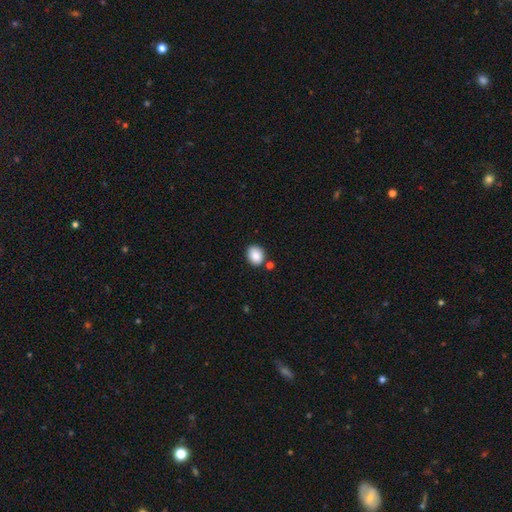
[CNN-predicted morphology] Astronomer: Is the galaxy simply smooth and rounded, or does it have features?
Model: smooth — 87%.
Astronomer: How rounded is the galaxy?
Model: in between — 50% (runner-up: round, 49%).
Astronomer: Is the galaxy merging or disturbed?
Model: none — 79%.